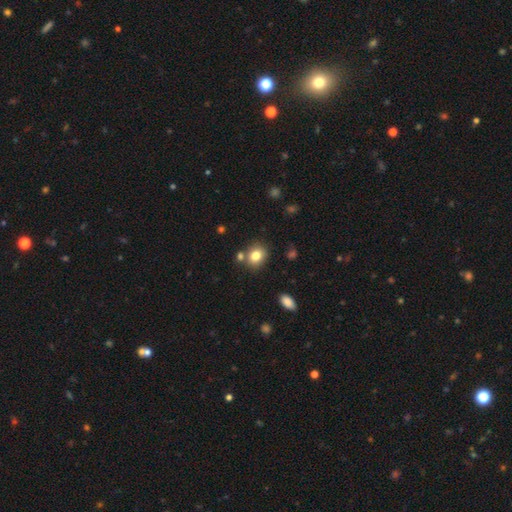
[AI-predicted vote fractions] This is clearly a smooth galaxy (81%). How rounded: likely round (62%). Merging: likely none (73%).